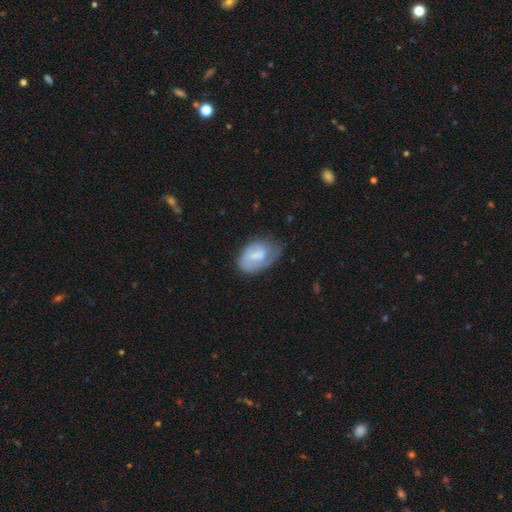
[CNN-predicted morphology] smooth-or-featured: smooth: 52% | featured or disk: 41% | star or artifact: 7%
  how-rounded: in between: 86% | round: 12% | cigar-shaped: 1%
  merging: none: 44% | minor disturbance: 37% | major disturbance: 17% | merger: 2%